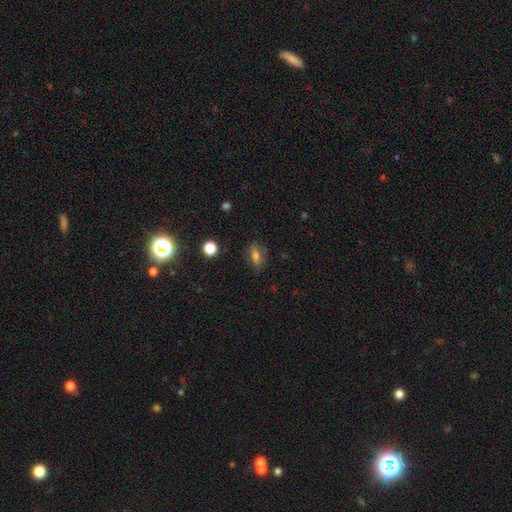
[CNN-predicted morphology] smooth-or-featured: smooth: 60% | featured or disk: 26% | star or artifact: 14%
  how-rounded: in between: 73% | round: 14% | cigar-shaped: 12%
  merging: none: 76% | minor disturbance: 16% | major disturbance: 6% | merger: 2%